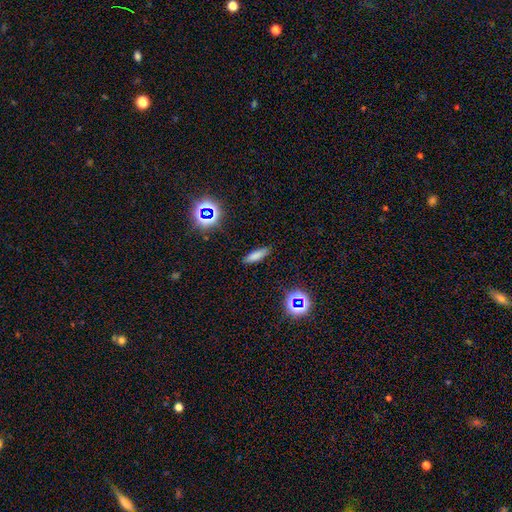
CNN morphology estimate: Smooth or featured? smooth (74%)
How rounded? cigar-shaped (56%)
Merging? none (87%)